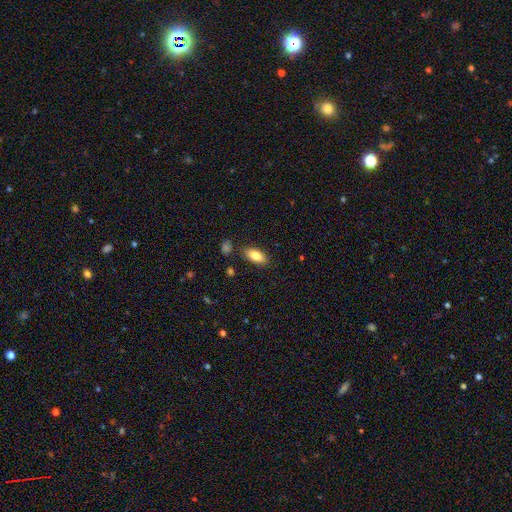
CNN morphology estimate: Smooth or featured?
  - smooth: 81% *
  - featured or disk: 13%
  - star or artifact: 7%
How rounded?
  - in between: 88% *
  - cigar-shaped: 10%
  - round: 3%
Merging?
  - none: 84% *
  - minor disturbance: 11%
  - merger: 3%
  - major disturbance: 2%